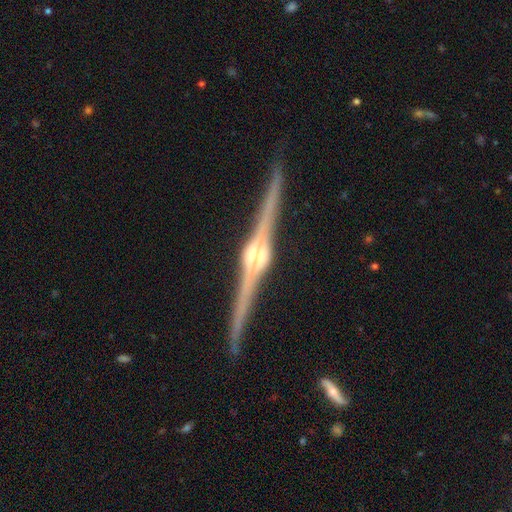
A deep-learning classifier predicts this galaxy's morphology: Smooth or featured: featured or disk — 91% (star or artifact — 5%)
Edge-on disk: yes — 98% (no — 2%)
Edge-on bulge: rounded — 86% (boxy — 11%)
Merging: none — 88% (minor disturbance — 8%)